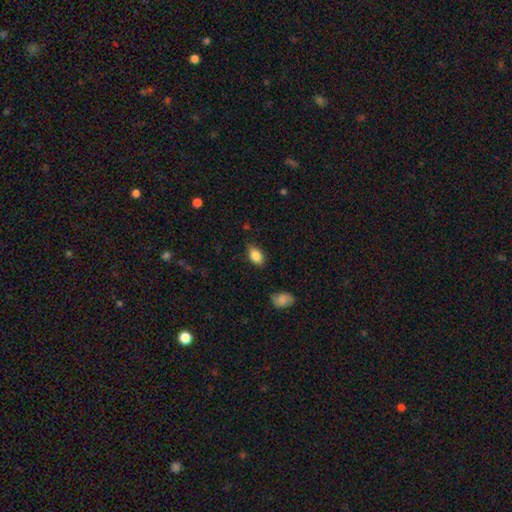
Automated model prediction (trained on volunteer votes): This appears to be a smooth galaxy with no disk features (85%) that is in between round and cigar-shaped (87%). Merging: none (71%).